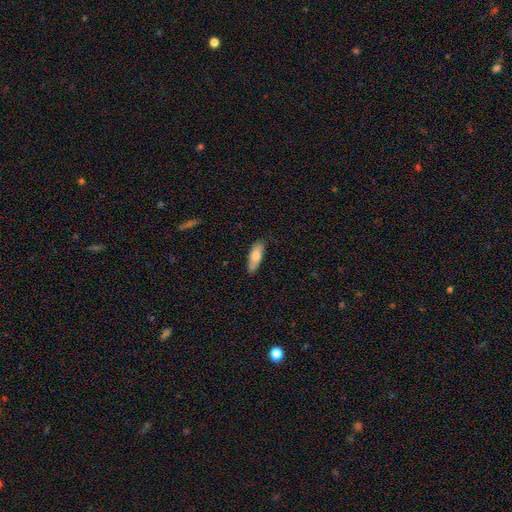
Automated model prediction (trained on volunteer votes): smooth_or_featured: smooth (p=0.80) [alt: featured or disk p=0.14]
how_rounded: in between (p=0.62) [alt: cigar-shaped p=0.36]
merging: none (p=0.81) [alt: minor disturbance p=0.15]